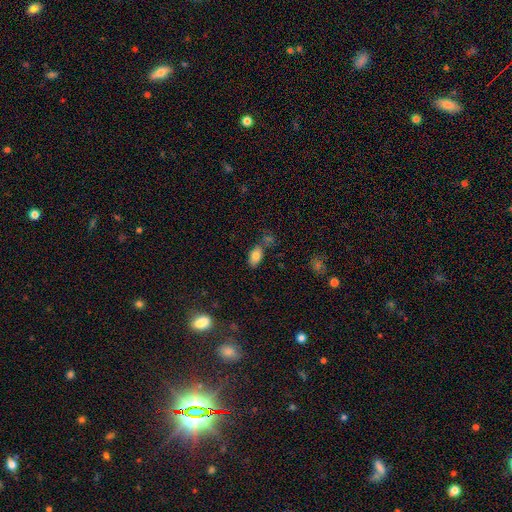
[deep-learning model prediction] Smooth or featured: smooth — 81% (featured or disk — 11%)
How rounded: in between — 91% (round — 5%)
Merging: none — 66% (minor disturbance — 17%)